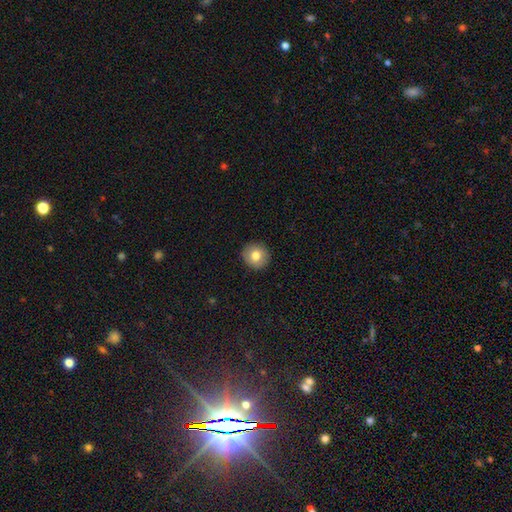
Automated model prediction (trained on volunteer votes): This is likely a smooth galaxy (78%). How rounded: clearly round (92%). Merging: clearly none (92%).